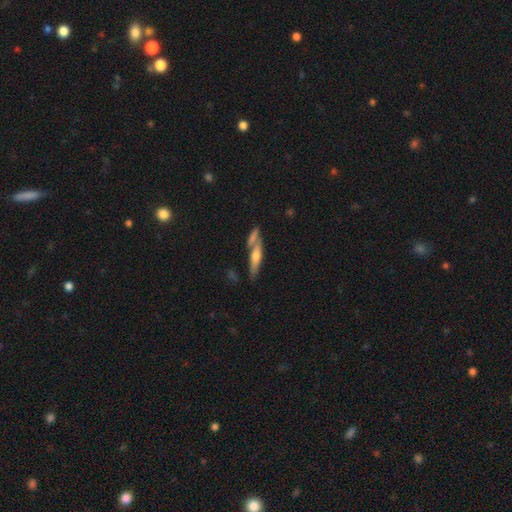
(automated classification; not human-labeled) A featured or disk galaxy (47%).

Vote fractions:
- Smooth or featured? featured or disk: 47% / smooth: 46% / star or artifact: 7%
- Merging? none: 54% / merger: 30% / minor disturbance: 12% / major disturbance: 4%